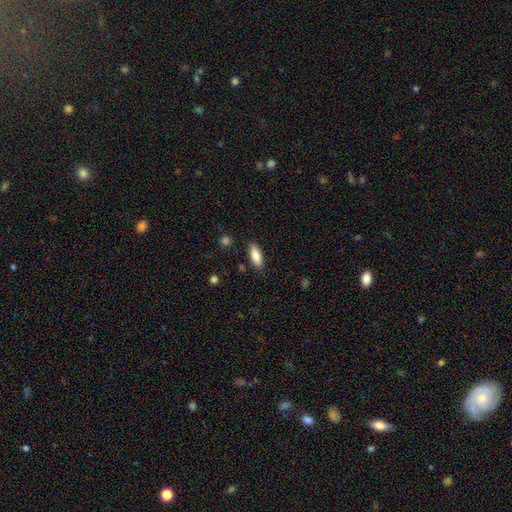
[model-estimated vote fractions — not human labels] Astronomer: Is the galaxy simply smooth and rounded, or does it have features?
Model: smooth — 82%.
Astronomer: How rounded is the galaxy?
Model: in between — 67%.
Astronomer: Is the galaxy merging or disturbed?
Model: none — 87%.